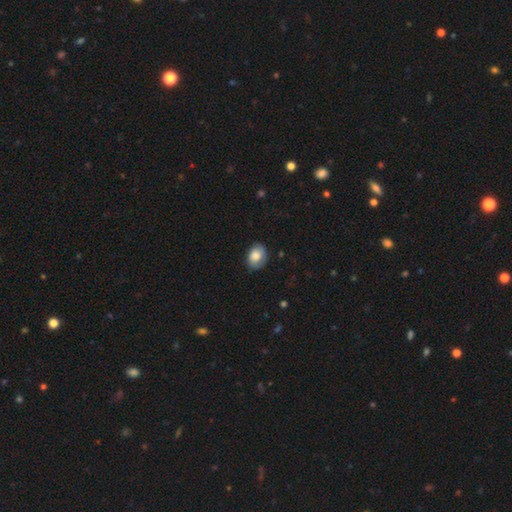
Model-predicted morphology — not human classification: Smooth or featured? smooth (77%)
How rounded? in between (67%)
Merging? none (74%)